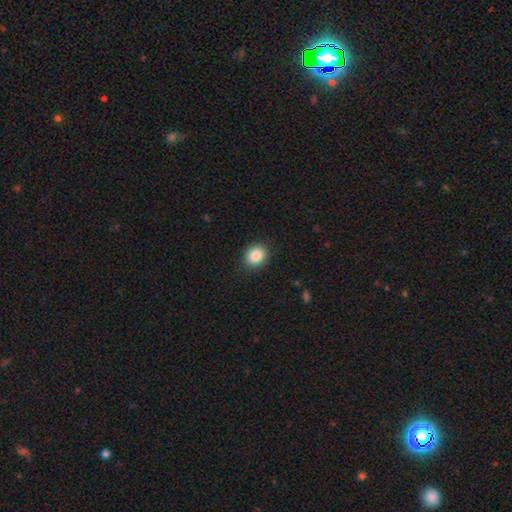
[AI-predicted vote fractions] A smooth galaxy with no disk features (87%) that is round (67%).

Vote fractions:
- Smooth or featured? smooth: 87% / star or artifact: 9% / featured or disk: 5%
- How rounded? round: 67% / in between: 32% / cigar-shaped: 1%
- Merging? none: 87% / minor disturbance: 9% / major disturbance: 3% / merger: 1%